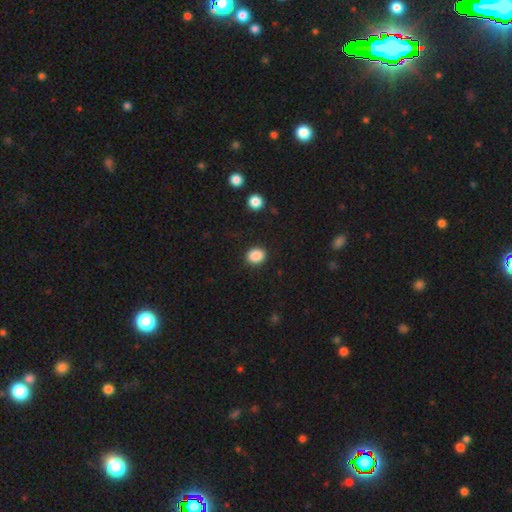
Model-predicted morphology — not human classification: smooth 88%, star or artifact 9%, featured or disk 3%. Down the decision tree: how rounded — round (65%); merging — none (90%).